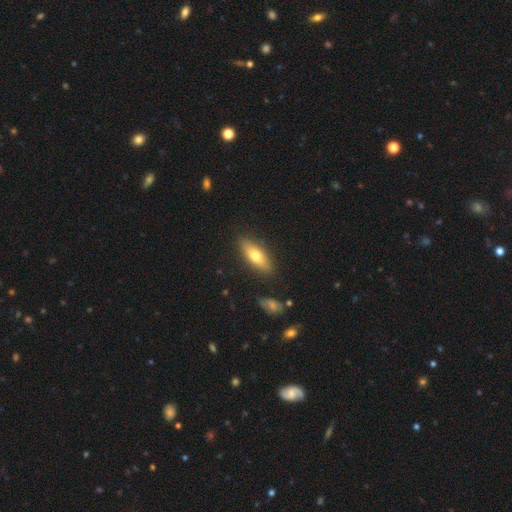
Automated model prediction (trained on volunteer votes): Smooth or featured: smooth — 65% (featured or disk — 29%)
How rounded: in between — 63% (cigar-shaped — 34%)
Merging: none — 85% (minor disturbance — 10%)